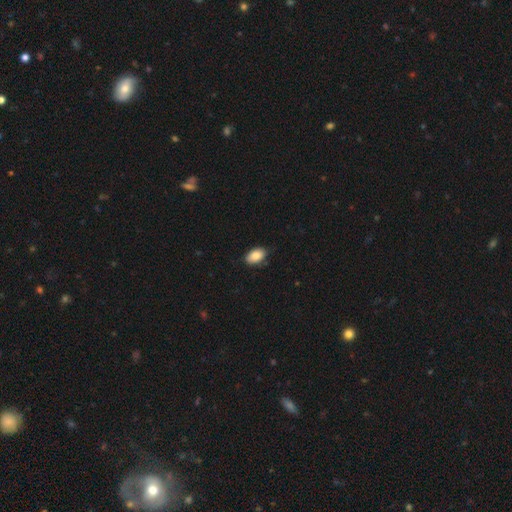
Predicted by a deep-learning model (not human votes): Overall: smooth (86%). How rounded: in between (93%). Merging: none (81%).